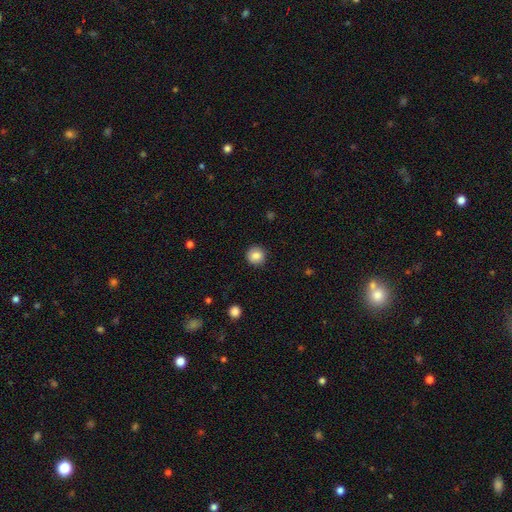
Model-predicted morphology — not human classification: Smooth or featured?
  - smooth: 85% *
  - star or artifact: 9%
  - featured or disk: 6%
How rounded?
  - round: 93% *
  - in between: 6%
  - cigar-shaped: 1%
Merging?
  - none: 90% *
  - minor disturbance: 7%
  - major disturbance: 2%
  - merger: 1%